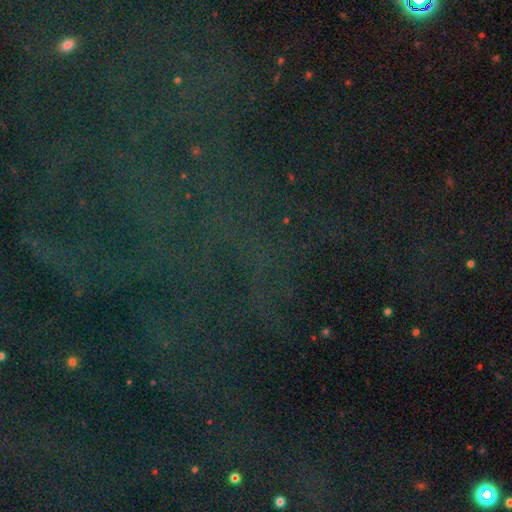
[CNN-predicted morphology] Q: Smooth or featured?
A: star or artifact (82%); runner-up: smooth (10%)